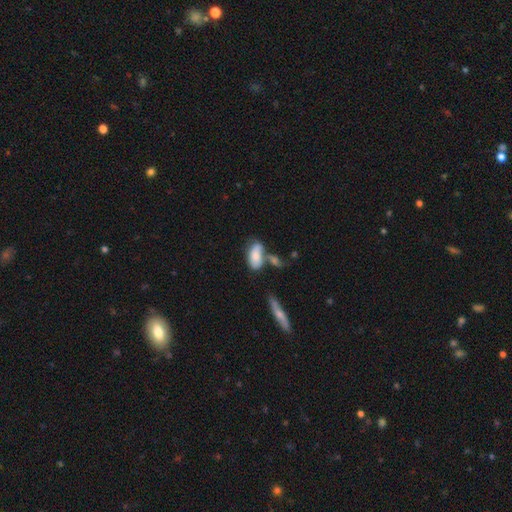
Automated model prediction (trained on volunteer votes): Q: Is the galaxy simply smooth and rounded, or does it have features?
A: smooth — 71%.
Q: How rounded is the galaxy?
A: in between — 89%.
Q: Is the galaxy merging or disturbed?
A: none — 38%.